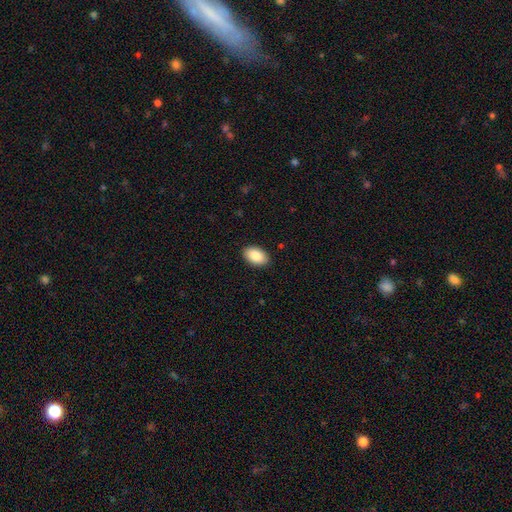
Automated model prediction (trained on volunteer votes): A smooth galaxy with no disk features (88%) that is in between round and cigar-shaped (92%).

Vote fractions:
- Smooth or featured? smooth: 88% / star or artifact: 7% / featured or disk: 5%
- How rounded? in between: 92% / round: 7% / cigar-shaped: 1%
- Merging? none: 89% / minor disturbance: 8% / major disturbance: 2% / merger: 1%